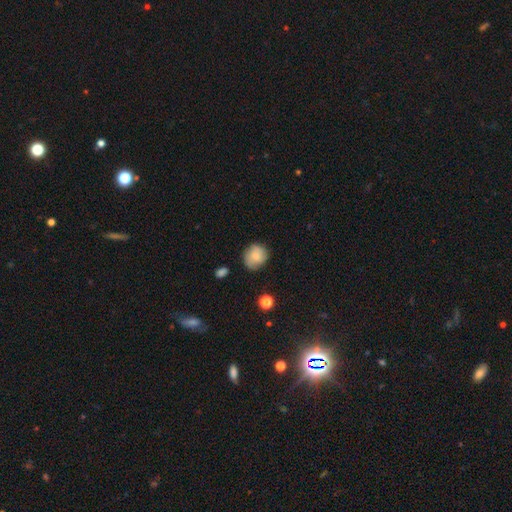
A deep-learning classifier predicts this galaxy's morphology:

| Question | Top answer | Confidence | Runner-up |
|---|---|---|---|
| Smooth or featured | smooth | 79% | featured or disk (13%) |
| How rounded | round | 78% | in between (21%) |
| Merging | none | 75% | minor disturbance (20%) |